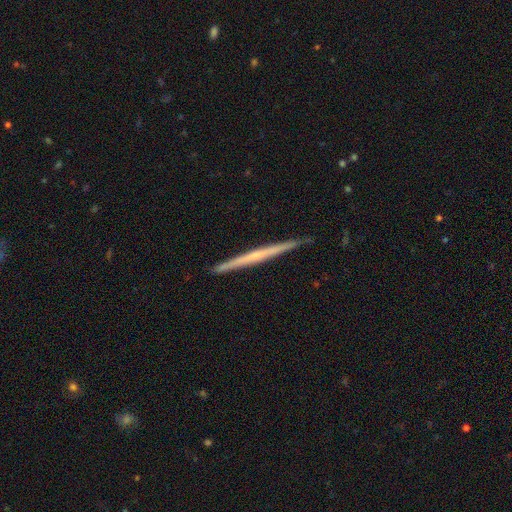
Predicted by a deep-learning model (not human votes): smooth-or-featured: featured or disk: 63% | smooth: 31% | star or artifact: 5%
  disk-edge-on: yes: 98% | no: 2%
    edge-on-bulge: none: 76% | rounded: 18% | boxy: 5%
  merging: none: 91% | minor disturbance: 7% | major disturbance: 1% | merger: 1%